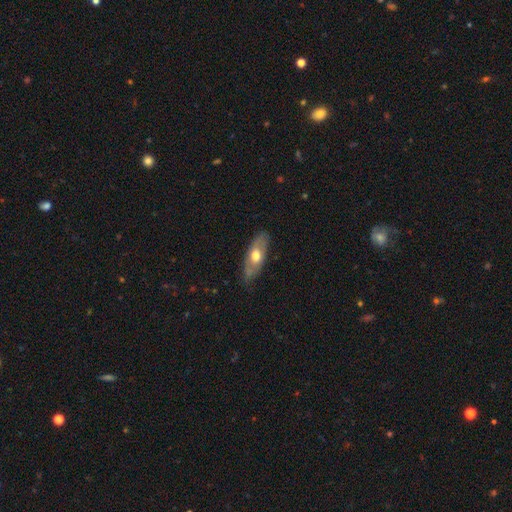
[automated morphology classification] This appears to be a smooth galaxy with no disk features (49%). Merging: none (77%).